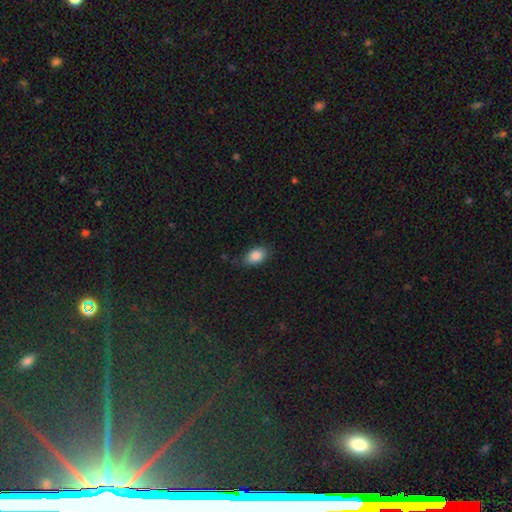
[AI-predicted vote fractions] This appears to be a smooth galaxy with no disk features (85%) that is in between round and cigar-shaped (87%). Merging: none (75%).